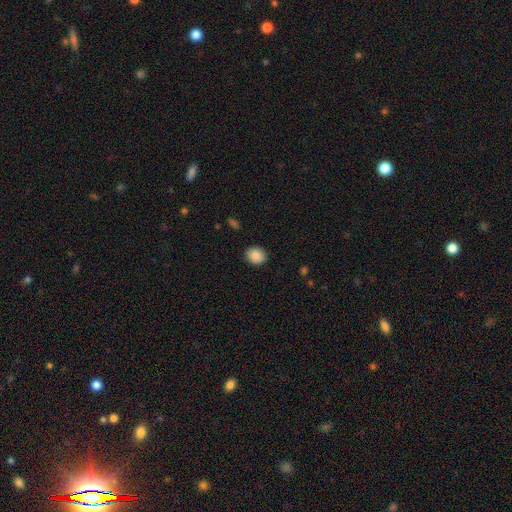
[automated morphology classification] smooth-or-featured: smooth: 88% | star or artifact: 8% | featured or disk: 4%
  how-rounded: round: 67% | in between: 32% | cigar-shaped: 1%
  merging: none: 89% | minor disturbance: 7% | major disturbance: 2% | merger: 1%